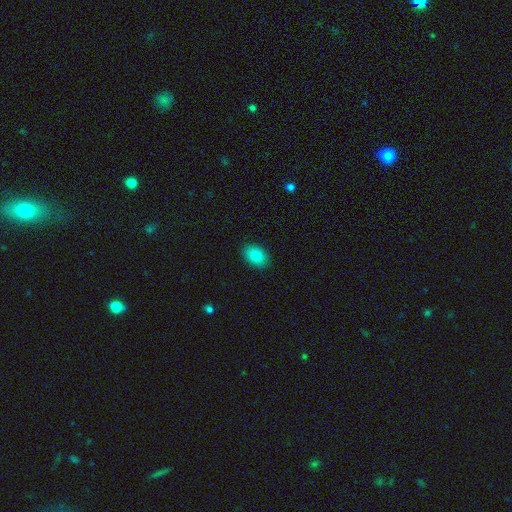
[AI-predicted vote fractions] Morphology: type=smooth (82%); roundness=in between (81%); merging=none (89%).